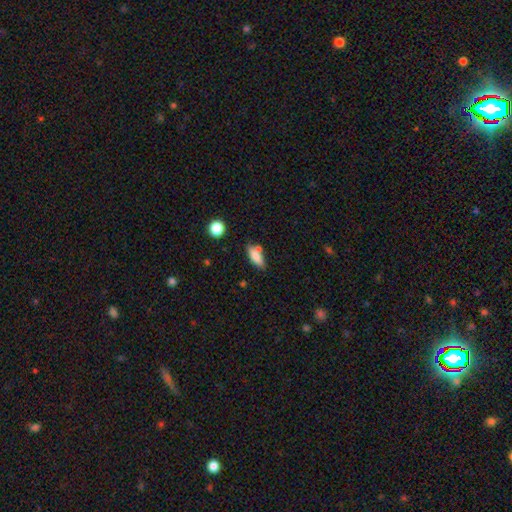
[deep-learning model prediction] A smooth galaxy with no disk features (76%) that is in between round and cigar-shaped (69%).

Vote fractions:
- Smooth or featured? smooth: 76% / featured or disk: 16% / star or artifact: 8%
- How rounded? in between: 69% / cigar-shaped: 27% / round: 3%
- Merging? none: 60% / minor disturbance: 19% / merger: 16% / major disturbance: 5%